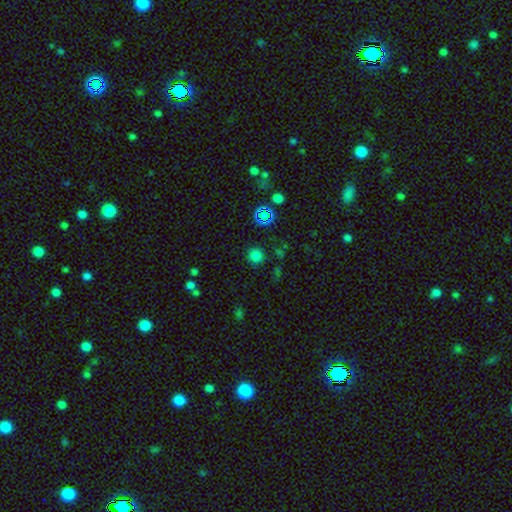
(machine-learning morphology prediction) The model was most divided on "smooth or featured": smooth: 72%, star or artifact: 23%, featured or disk: 5%. More confident: how rounded — round (91%); merging — none (83%).